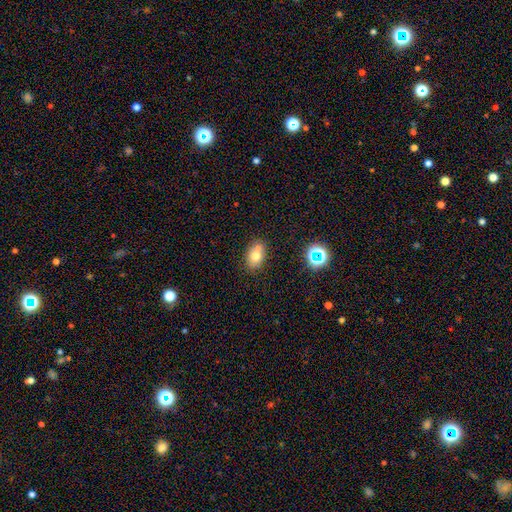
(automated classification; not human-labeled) smooth 72%, featured or disk 16%, star or artifact 12%. Down the decision tree: how rounded — in between (74%); merging — none (59%).